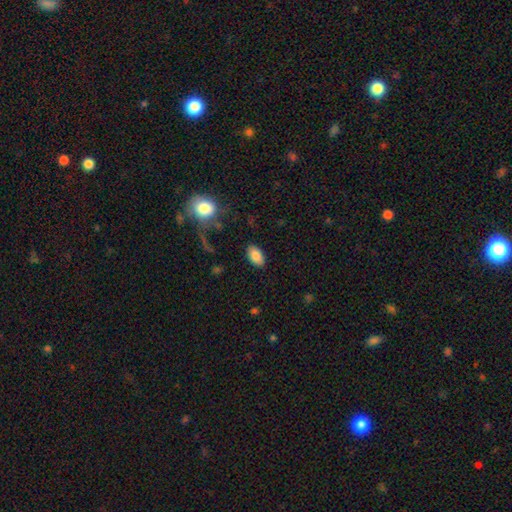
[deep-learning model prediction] smooth 85%, star or artifact 8%, featured or disk 7%. Down the decision tree: how rounded — in between (93%); merging — none (86%).